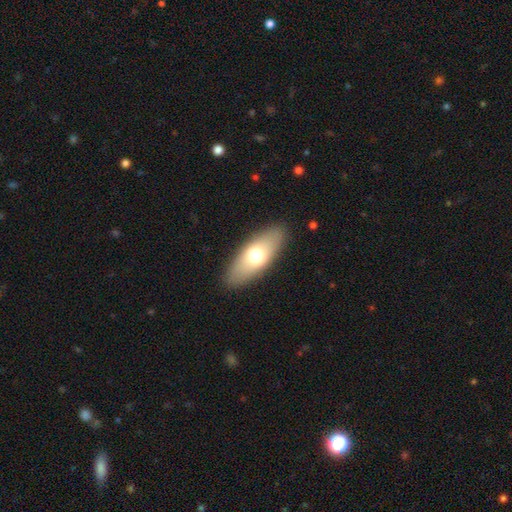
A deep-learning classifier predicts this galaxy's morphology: Overall: smooth (67%; featured or disk 27%). How rounded: in between (77%). Merging: none (88%).